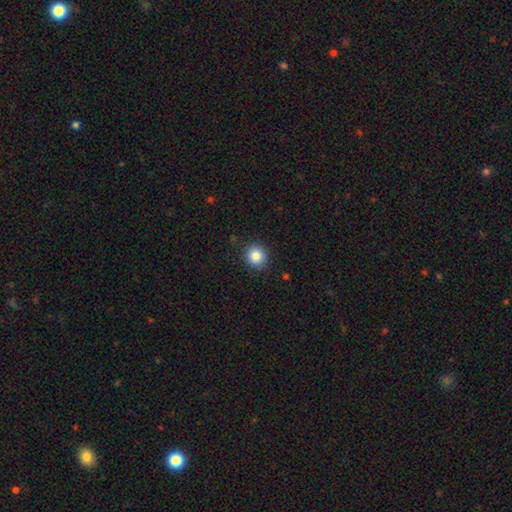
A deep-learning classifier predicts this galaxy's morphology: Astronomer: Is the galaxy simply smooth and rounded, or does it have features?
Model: smooth — 85%.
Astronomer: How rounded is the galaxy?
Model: round — 90%.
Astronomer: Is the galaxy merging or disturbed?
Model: none — 90%.